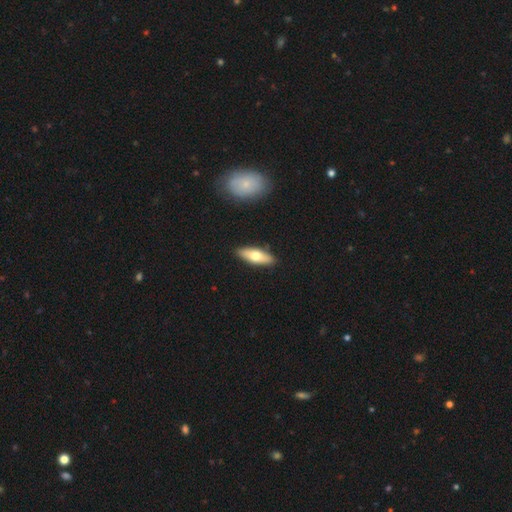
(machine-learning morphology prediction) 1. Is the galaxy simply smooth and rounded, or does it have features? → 62% smooth, 33% featured or disk, 6% star or artifact.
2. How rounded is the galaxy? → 57% in between, 40% cigar-shaped, 3% round.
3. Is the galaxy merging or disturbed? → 88% none, 8% minor disturbance, 2% major disturbance, 2% merger.